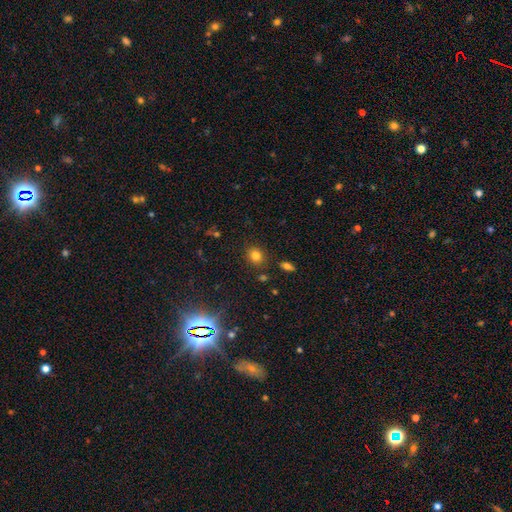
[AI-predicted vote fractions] Smooth or featured? Predicted: smooth (p=0.79). How rounded? Predicted: round (p=0.66). Merging? Predicted: none (p=0.84).